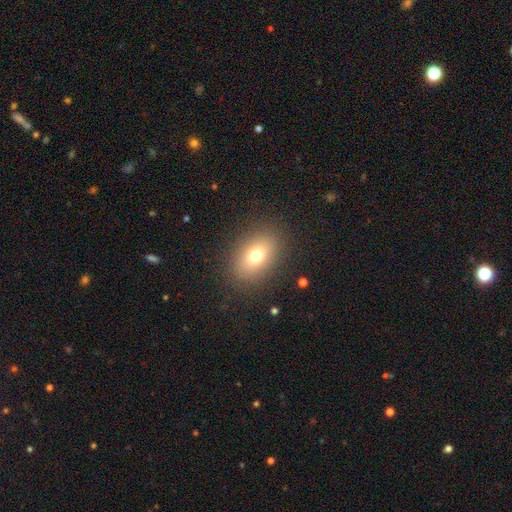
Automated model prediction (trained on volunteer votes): Smooth or featured: smooth — 74% (featured or disk — 14%)
How rounded: in between — 77% (round — 22%)
Merging: none — 86% (minor disturbance — 9%)